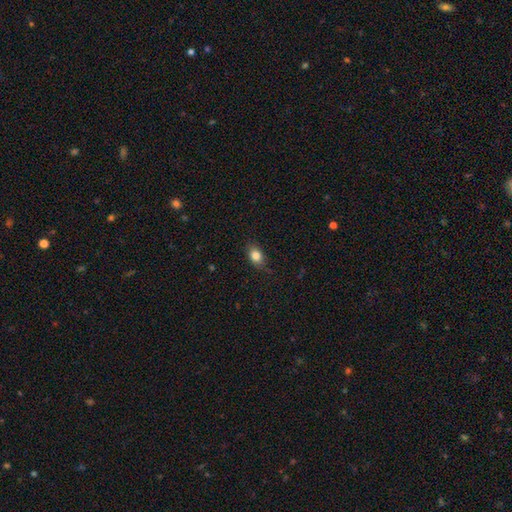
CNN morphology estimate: smooth 83%, star or artifact 9%, featured or disk 8%. Down the decision tree: how rounded — in between (74%); merging — none (80%).